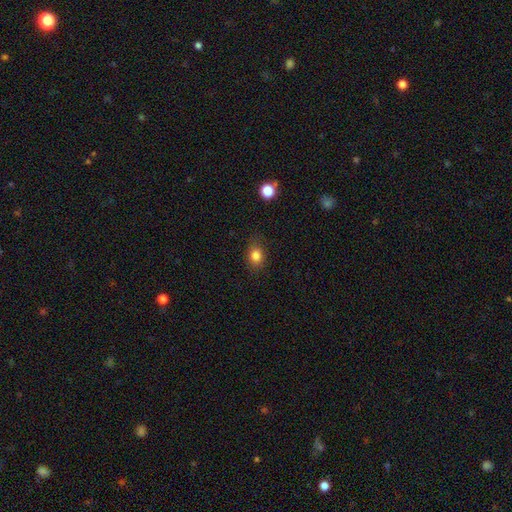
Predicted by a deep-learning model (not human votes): Smooth or featured? Predicted: smooth (p=0.82). How rounded? Predicted: in between (p=0.53). Merging? Predicted: none (p=0.81).